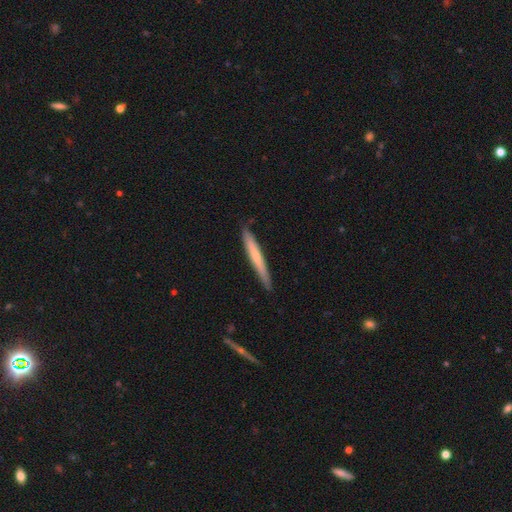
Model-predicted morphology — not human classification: This is possibly a smooth galaxy (56%). How rounded: clearly cigar-shaped (96%). Merging: clearly none (88%).